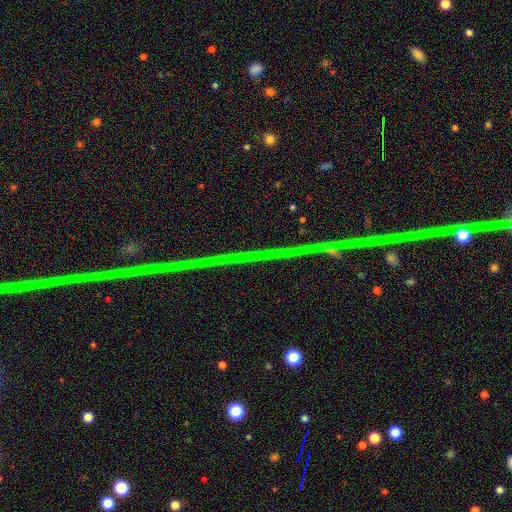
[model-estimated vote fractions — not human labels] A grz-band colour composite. It shows a star or artifact, not a galaxy (86%).